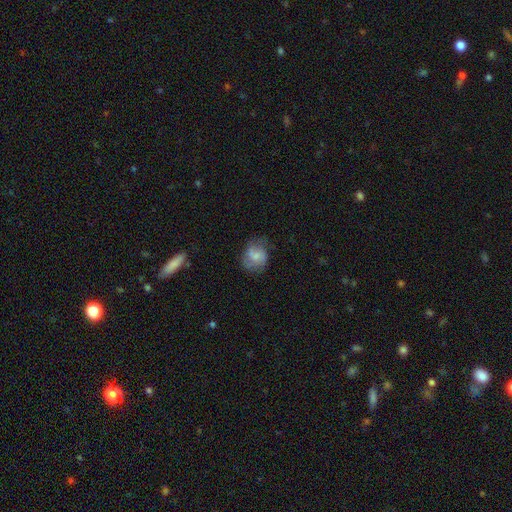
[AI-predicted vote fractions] The model was most divided on "smooth or featured": smooth: 49%, featured or disk: 42%, star or artifact: 8%. More confident: merging — none (59%).